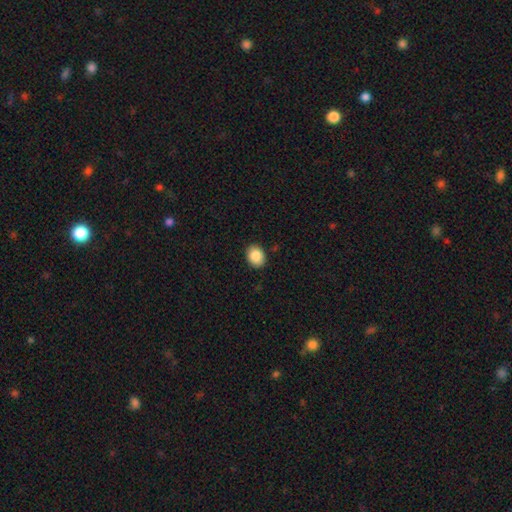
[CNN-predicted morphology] Smooth or featured: smooth — 87% (star or artifact — 8%)
How rounded: in between — 52% (round — 47%)
Merging: none — 90% (minor disturbance — 7%)